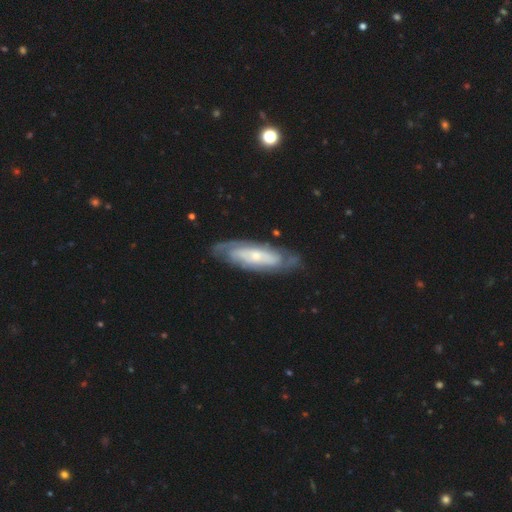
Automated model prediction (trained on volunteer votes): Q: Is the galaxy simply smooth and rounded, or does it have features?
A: featured or disk — 76%.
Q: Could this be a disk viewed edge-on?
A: no — 83%.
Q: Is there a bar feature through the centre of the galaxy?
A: no — 66%.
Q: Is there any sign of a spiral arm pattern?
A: yes — 88%.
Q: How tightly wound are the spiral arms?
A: tight — 68%.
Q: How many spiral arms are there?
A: can't tell — 51%.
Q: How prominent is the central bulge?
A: small — 65%.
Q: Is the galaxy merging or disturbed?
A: none — 76%.